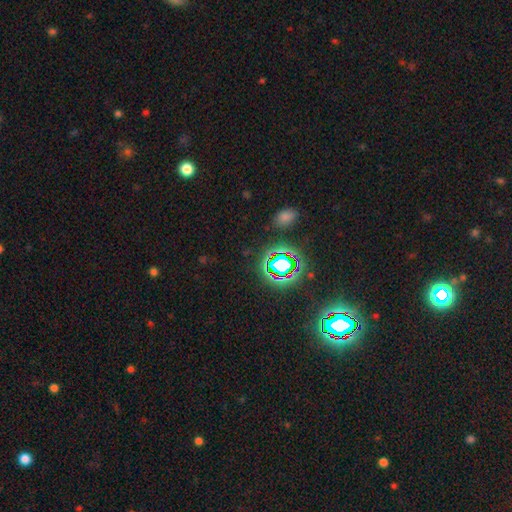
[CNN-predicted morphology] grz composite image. It shows a star or artifact, not a galaxy (76%).